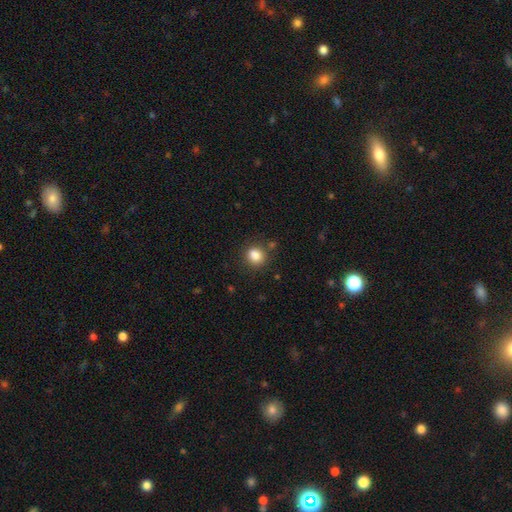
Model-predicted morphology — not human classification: The model was most divided on "how rounded": round: 68%, in between: 31%, cigar-shaped: 1%. More confident: smooth or featured — smooth (85%); merging — none (81%).